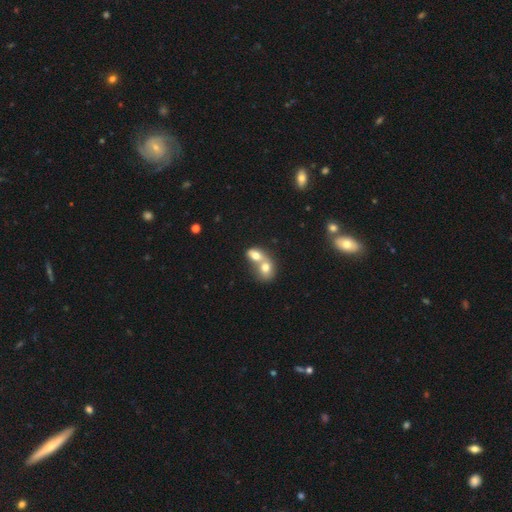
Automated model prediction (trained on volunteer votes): Overall: smooth (69%). How rounded: in between (57%; round 41%). Merging: merger (81%).